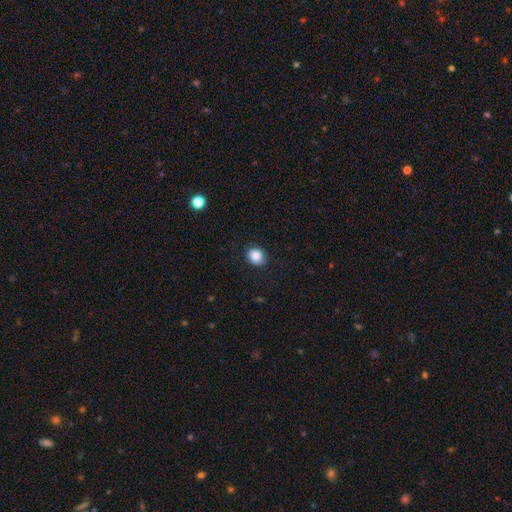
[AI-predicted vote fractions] A smooth galaxy with no disk features (88%) that is round (61%).

Vote fractions:
- Smooth or featured? smooth: 88% / star or artifact: 9% / featured or disk: 4%
- How rounded? round: 61% / in between: 38% / cigar-shaped: 1%
- Merging? none: 86% / minor disturbance: 10% / major disturbance: 3% / merger: 1%